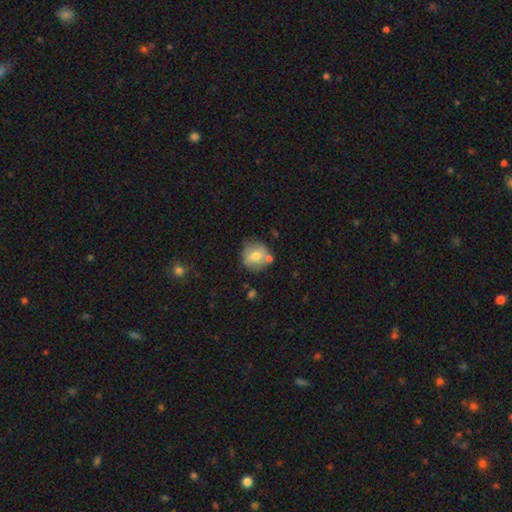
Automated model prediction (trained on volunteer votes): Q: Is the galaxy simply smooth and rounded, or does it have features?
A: smooth — 66%.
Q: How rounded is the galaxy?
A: round — 87%.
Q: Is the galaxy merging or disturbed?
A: none — 69%.